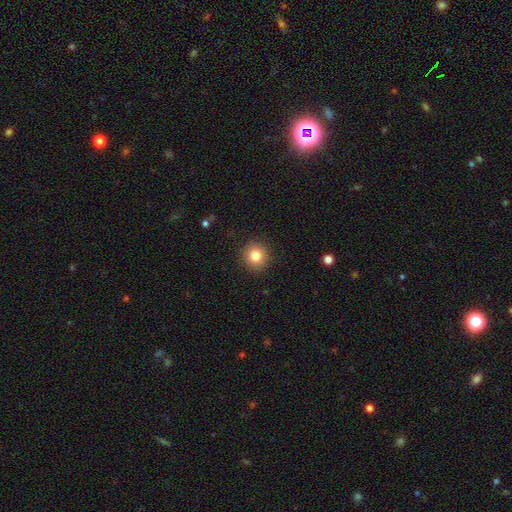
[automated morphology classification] This appears to be a smooth galaxy with no disk features (82%) that is round (93%). Merging: none (91%).